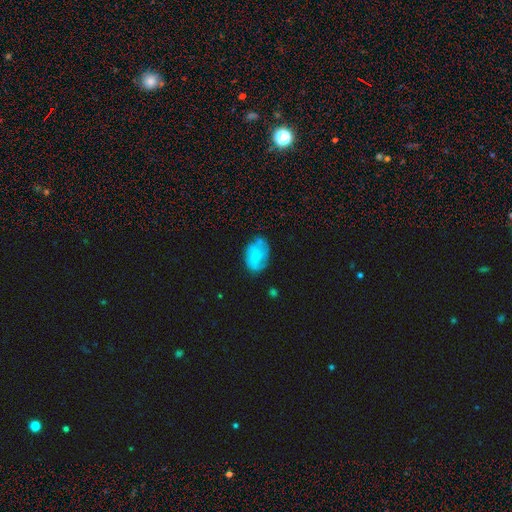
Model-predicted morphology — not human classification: A smooth galaxy with no disk features (55%) that is in between round and cigar-shaped (84%).

Vote fractions:
- Smooth or featured? smooth: 55% / featured or disk: 36% / star or artifact: 8%
- How rounded? in between: 84% / round: 14% / cigar-shaped: 1%
- Merging? none: 55% / minor disturbance: 29% / major disturbance: 12% / merger: 4%